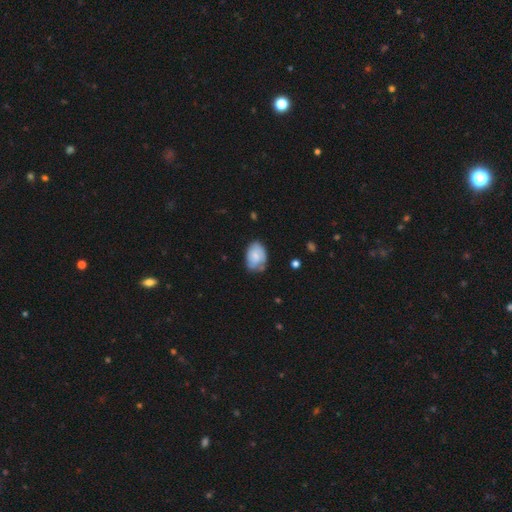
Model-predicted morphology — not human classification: Smooth or featured? smooth (68%)
How rounded? in between (82%)
Merging? none (56%)